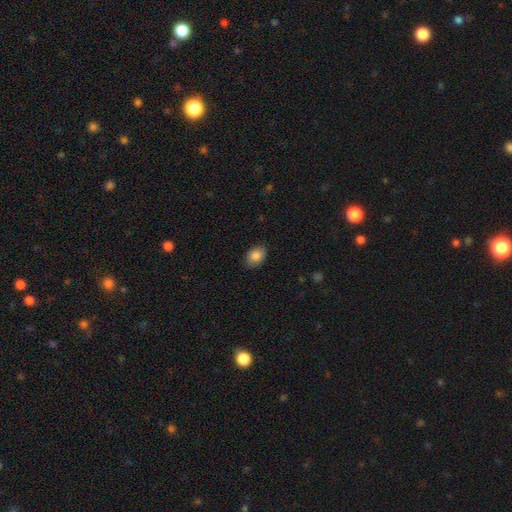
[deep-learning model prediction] This appears to be a smooth galaxy with no disk features (86%) that is in between round and cigar-shaped (79%). Merging: none (85%).